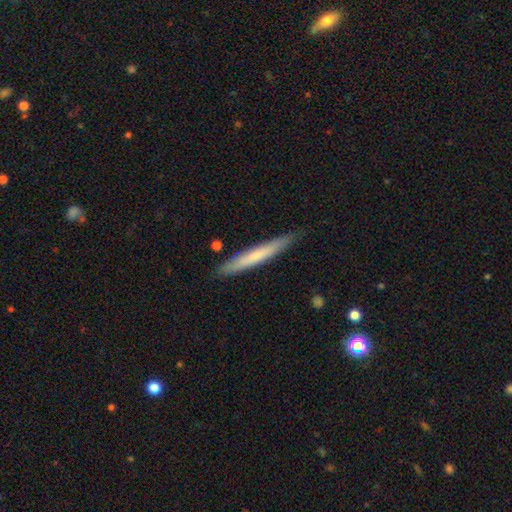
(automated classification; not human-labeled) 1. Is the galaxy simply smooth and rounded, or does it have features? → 62% smooth, 32% featured or disk, 6% star or artifact.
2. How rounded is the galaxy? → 96% cigar-shaped, 3% in between, 1% round.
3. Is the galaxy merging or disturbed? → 86% none, 11% minor disturbance, 2% major disturbance, 1% merger.